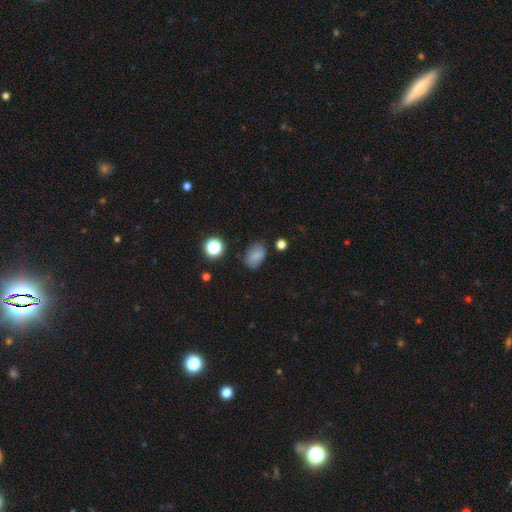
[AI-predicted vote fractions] smooth 80%, star or artifact 12%, featured or disk 8%. Down the decision tree: how rounded — in between (82%); merging — none (77%).